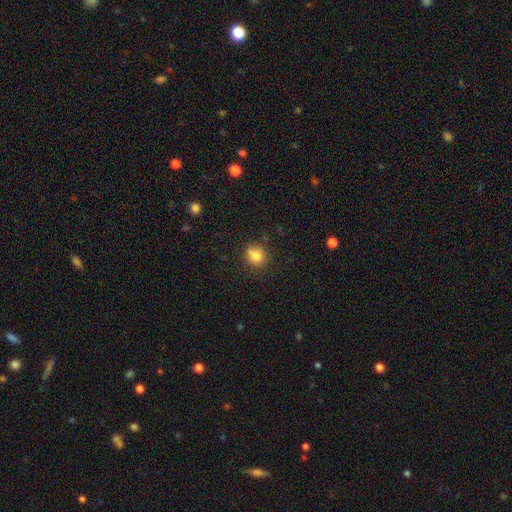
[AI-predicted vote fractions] Smooth or featured?
  - smooth: 81% *
  - star or artifact: 12%
  - featured or disk: 8%
How rounded?
  - round: 75% *
  - in between: 23%
  - cigar-shaped: 1%
Merging?
  - none: 65% *
  - minor disturbance: 19%
  - merger: 10%
  - major disturbance: 5%